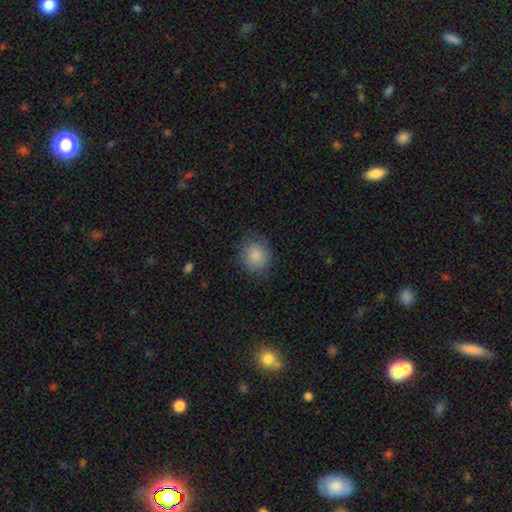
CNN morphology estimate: The model was most divided on "how rounded": round: 70%, in between: 29%, cigar-shaped: 1%. More confident: smooth or featured — smooth (86%); merging — none (80%).